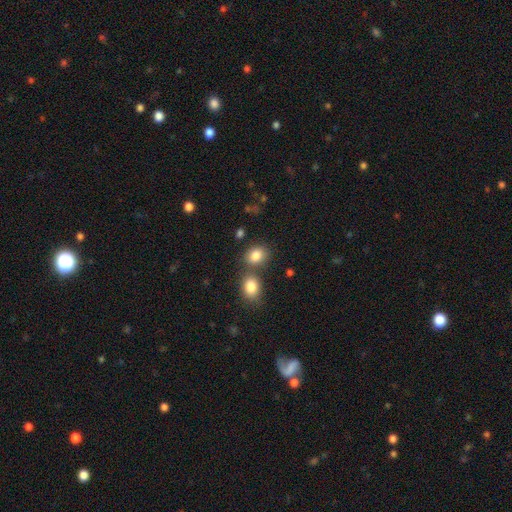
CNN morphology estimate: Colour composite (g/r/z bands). It shows a smooth galaxy with no disk features (84%) that is in between round and cigar-shaped (56%). Merging: none (58%).